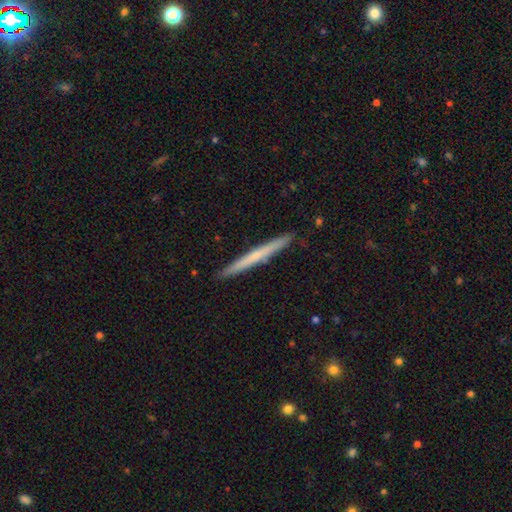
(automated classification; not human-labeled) smooth-or-featured: smooth: 52% | featured or disk: 43% | star or artifact: 6%
  how-rounded: cigar-shaped: 97% | in between: 2% | round: 1%
  merging: none: 92% | minor disturbance: 6% | major disturbance: 1% | merger: 1%